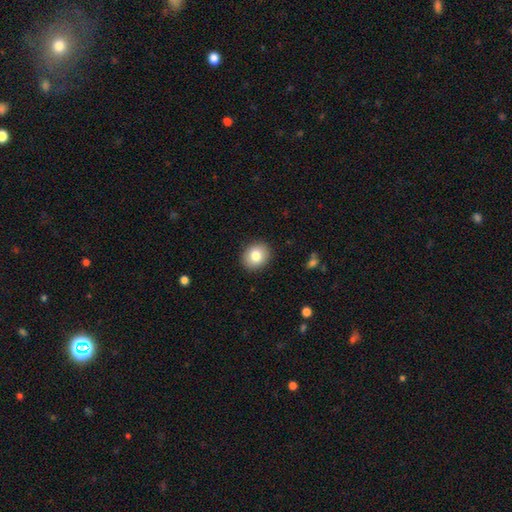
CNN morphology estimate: type=smooth (82%); roundness=round (65%); merging=none (90%).